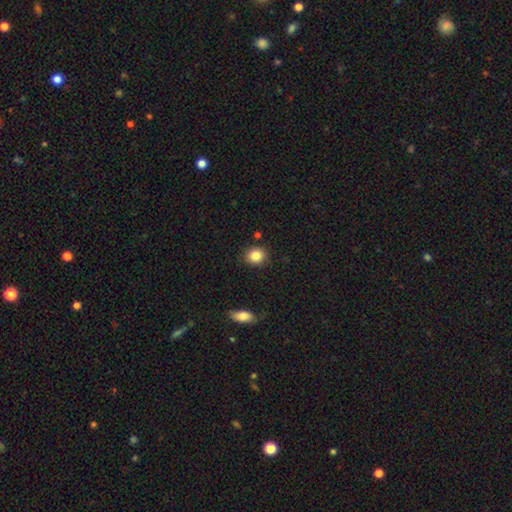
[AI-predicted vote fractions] Smooth or featured?
  - smooth: 86% *
  - star or artifact: 10%
  - featured or disk: 5%
How rounded?
  - round: 73% *
  - in between: 26%
  - cigar-shaped: 1%
Merging?
  - none: 87% *
  - minor disturbance: 9%
  - major disturbance: 2%
  - merger: 2%